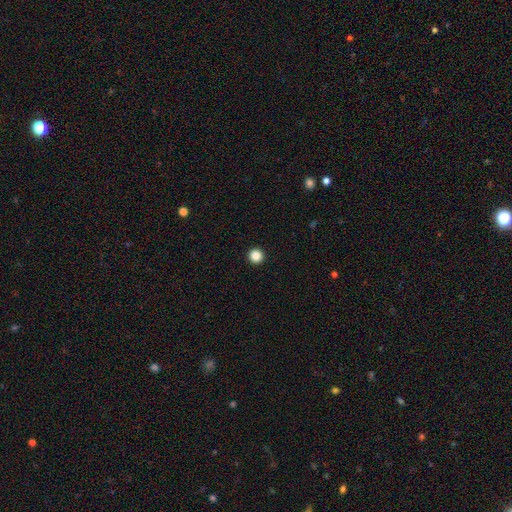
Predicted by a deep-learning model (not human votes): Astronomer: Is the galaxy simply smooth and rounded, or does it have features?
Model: smooth — 86%.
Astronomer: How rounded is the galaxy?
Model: round — 97%.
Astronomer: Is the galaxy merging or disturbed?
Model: none — 95%.